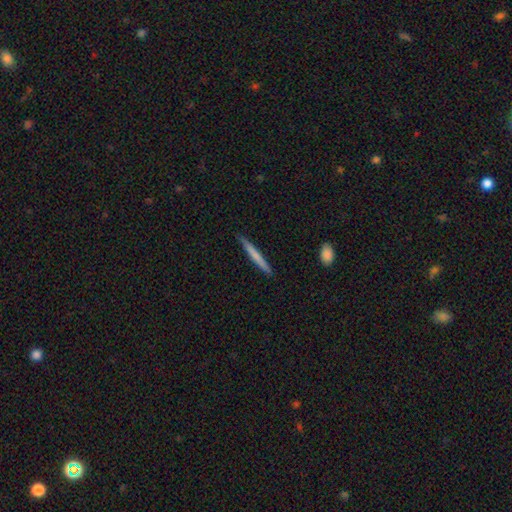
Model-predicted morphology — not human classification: Smooth or featured? smooth (64%)
How rounded? cigar-shaped (96%)
Merging? none (89%)